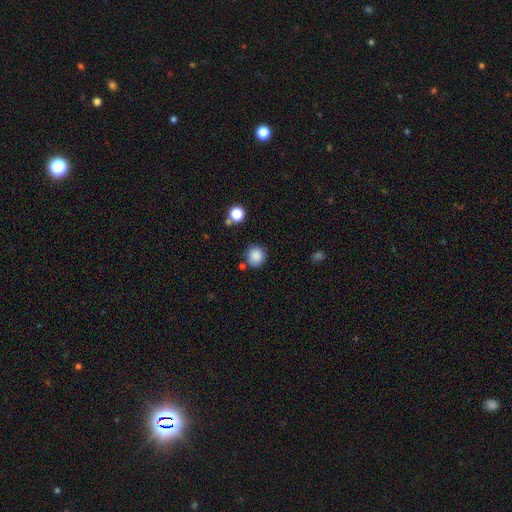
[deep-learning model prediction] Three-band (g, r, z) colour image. It shows a smooth galaxy with no disk features (86%) that is round (87%). Merging: none (79%).